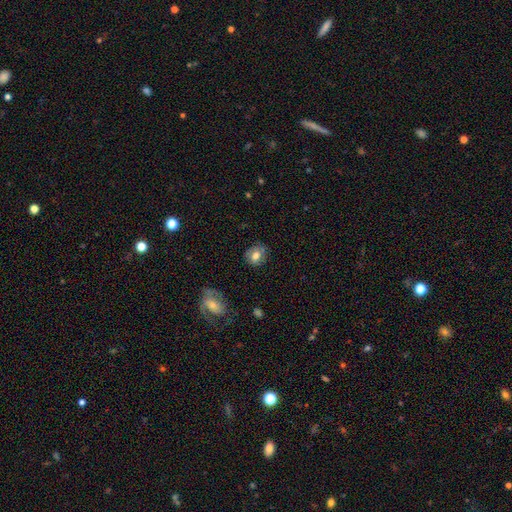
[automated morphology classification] A smooth galaxy with no disk features (68%) that is round (64%). Merging: none (79%).